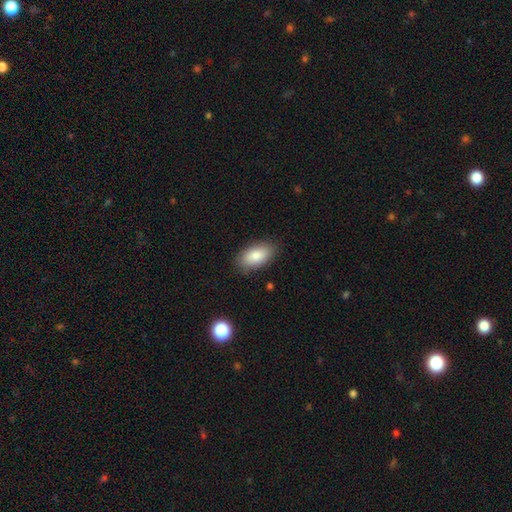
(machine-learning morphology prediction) Smooth or featured? smooth (84%)
How rounded? in between (93%)
Merging? none (84%)